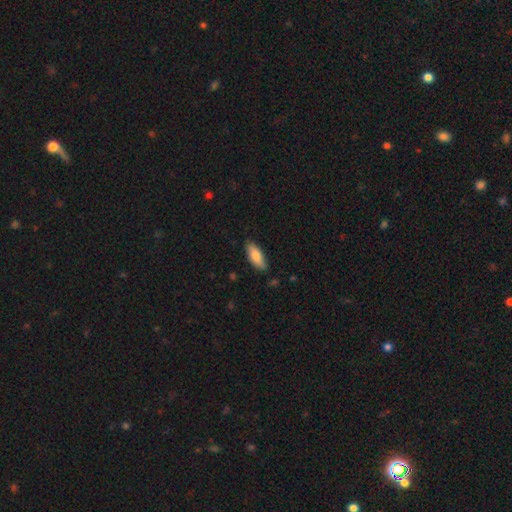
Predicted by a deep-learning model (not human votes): smooth-or-featured: smooth: 81% | featured or disk: 14% | star or artifact: 6%
  how-rounded: in between: 73% | cigar-shaped: 25% | round: 2%
  merging: none: 83% | minor disturbance: 13% | major disturbance: 2% | merger: 1%